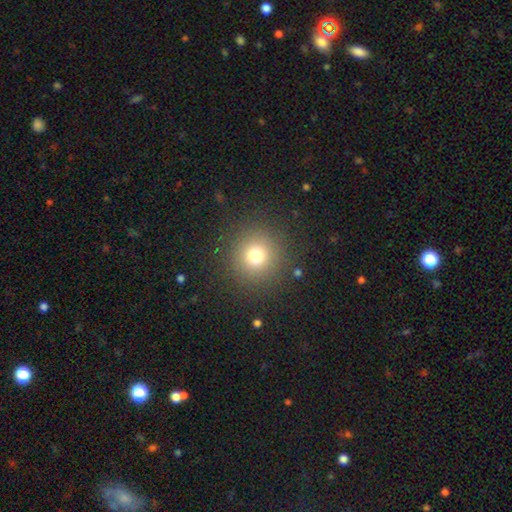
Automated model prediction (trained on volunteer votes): Q: Smooth or featured?
A: smooth (73%); runner-up: star or artifact (17%)
Q: How rounded?
A: round (94%); runner-up: in between (5%)
Q: Merging?
A: none (88%); runner-up: minor disturbance (7%)